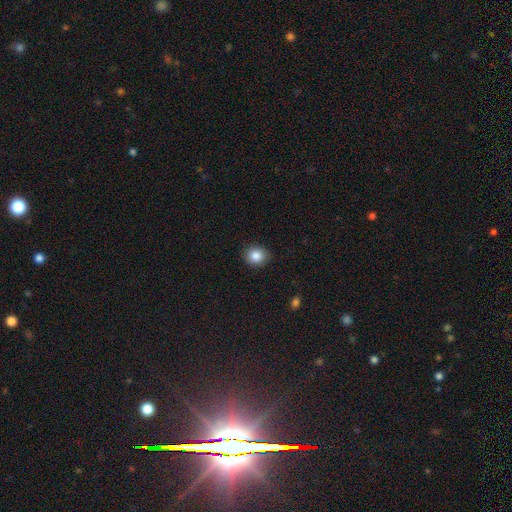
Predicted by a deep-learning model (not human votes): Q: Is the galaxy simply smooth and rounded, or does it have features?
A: smooth — 86%.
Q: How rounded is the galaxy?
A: round — 78%.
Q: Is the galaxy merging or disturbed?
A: none — 89%.